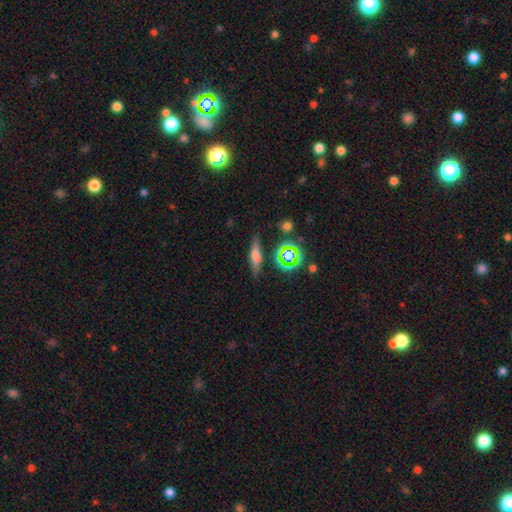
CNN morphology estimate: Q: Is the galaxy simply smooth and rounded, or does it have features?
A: smooth — 53%.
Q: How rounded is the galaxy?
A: cigar-shaped — 62%.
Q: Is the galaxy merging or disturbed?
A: none — 78%.